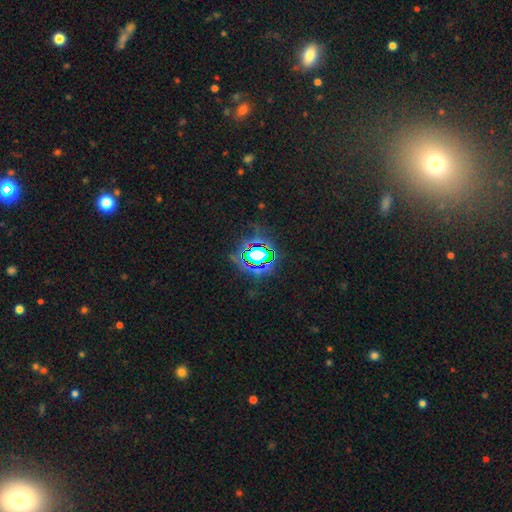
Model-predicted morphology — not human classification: Overall: star or artifact (71%).